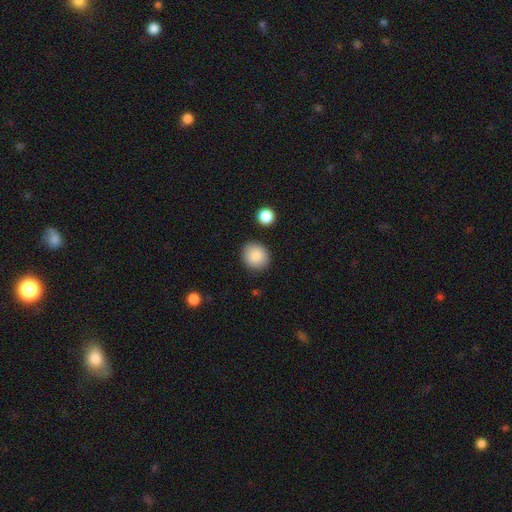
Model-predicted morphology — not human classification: The model was most divided on "how rounded": round: 84%, in between: 15%, cigar-shaped: 1%. More confident: smooth or featured — smooth (87%); merging — none (87%).